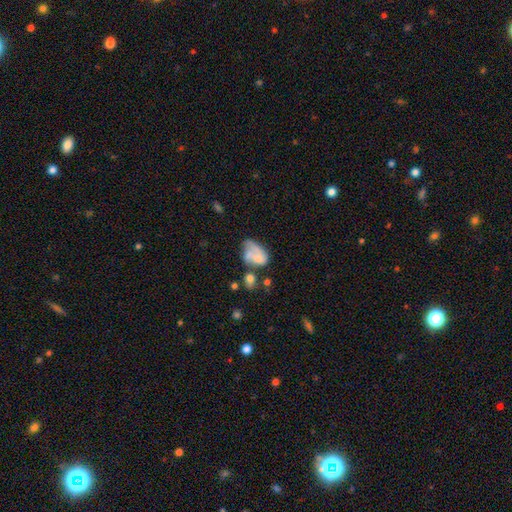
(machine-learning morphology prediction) smooth 54%, featured or disk 36%, star or artifact 10%. Down the decision tree: how rounded — in between (85%); merging — major disturbance (29%).